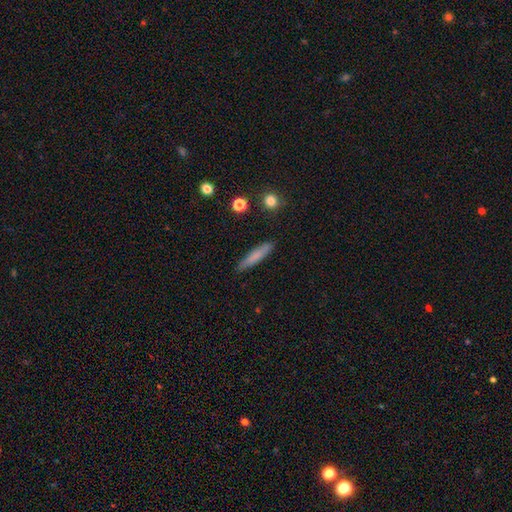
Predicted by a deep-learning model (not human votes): The model was most divided on "smooth or featured": smooth: 73%, featured or disk: 20%, star or artifact: 7%. More confident: how rounded — cigar-shaped (91%); merging — none (88%).